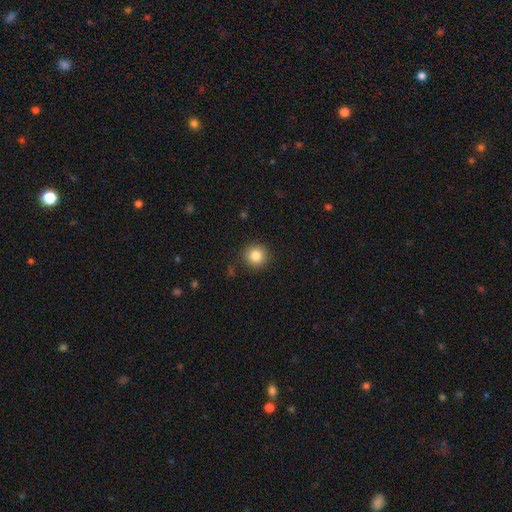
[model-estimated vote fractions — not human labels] smooth 84%, star or artifact 10%, featured or disk 6%. Down the decision tree: how rounded — round (94%); merging — none (91%).